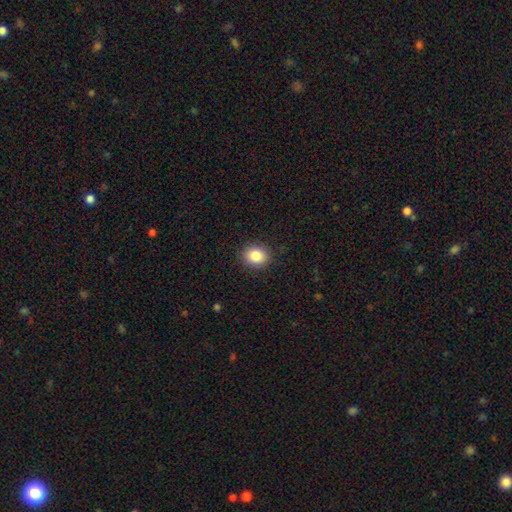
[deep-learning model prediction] smooth-or-featured: smooth: 85% | star or artifact: 9% | featured or disk: 5%
  how-rounded: round: 61% | in between: 38% | cigar-shaped: 1%
  merging: none: 89% | minor disturbance: 7% | major disturbance: 2% | merger: 1%